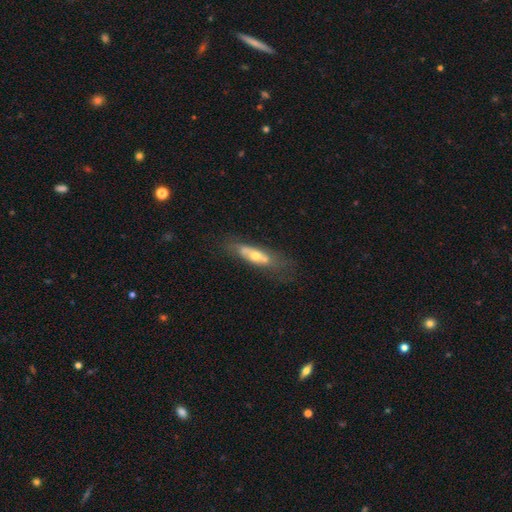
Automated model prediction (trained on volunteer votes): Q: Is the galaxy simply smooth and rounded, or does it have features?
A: featured or disk — 51%.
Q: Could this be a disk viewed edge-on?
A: no — 58%.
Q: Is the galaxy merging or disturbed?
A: none — 54%.